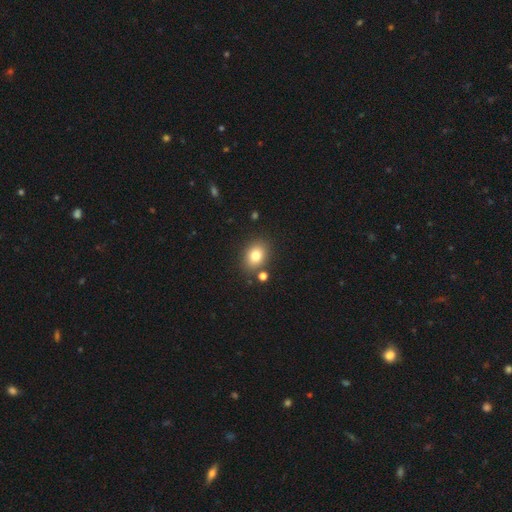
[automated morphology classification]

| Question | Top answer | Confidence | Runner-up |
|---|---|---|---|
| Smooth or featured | smooth | 80% | star or artifact (11%) |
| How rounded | in between | 61% | round (38%) |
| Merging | none | 81% | minor disturbance (10%) |